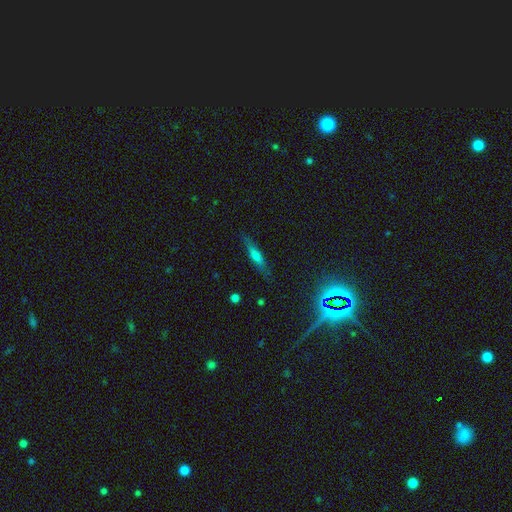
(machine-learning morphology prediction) A smooth galaxy with no disk features (51%) that is cigar-shaped (82%).

Vote fractions:
- Smooth or featured? smooth: 51% / featured or disk: 39% / star or artifact: 10%
- How rounded? cigar-shaped: 82% / in between: 16% / round: 2%
- Merging? none: 81% / minor disturbance: 14% / major disturbance: 4% / merger: 2%